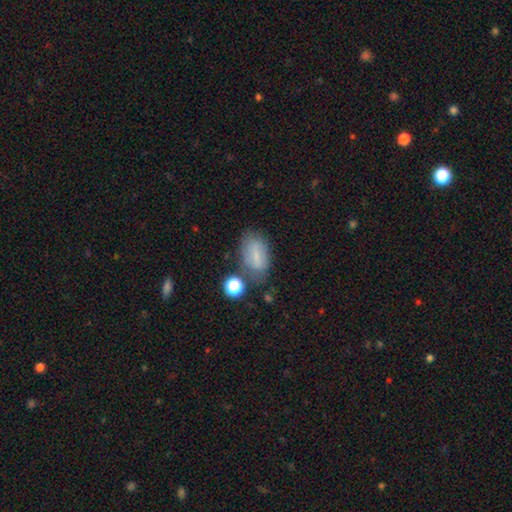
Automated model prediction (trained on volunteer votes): smooth_or_featured: smooth (p=0.67) [alt: featured or disk p=0.23]
how_rounded: in between (p=0.89) [alt: round p=0.07]
merging: none (p=0.61) [alt: minor disturbance p=0.23]